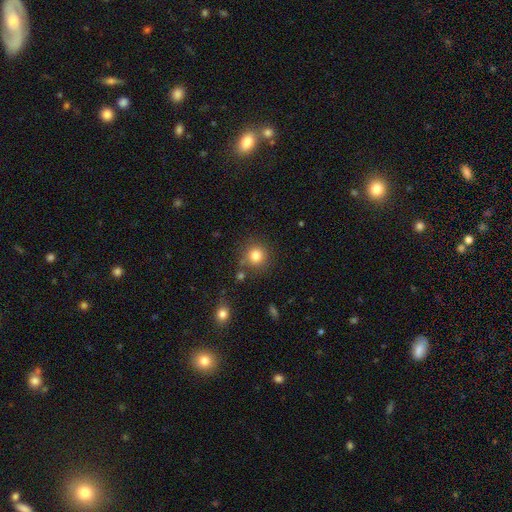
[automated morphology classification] type=smooth (82%); roundness=round (91%); merging=none (79%).